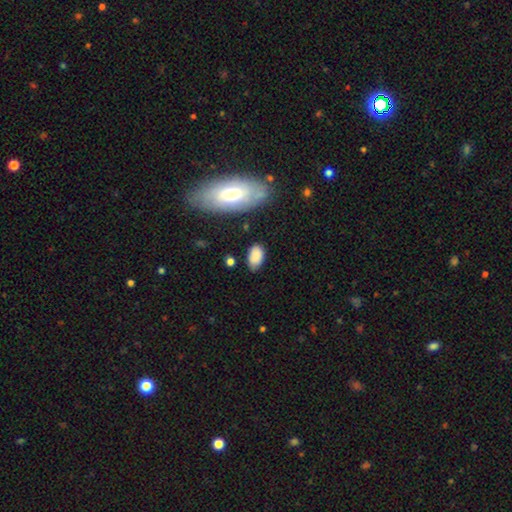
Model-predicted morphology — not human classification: Smooth or featured? smooth (85%)
How rounded? in between (93%)
Merging? none (70%)